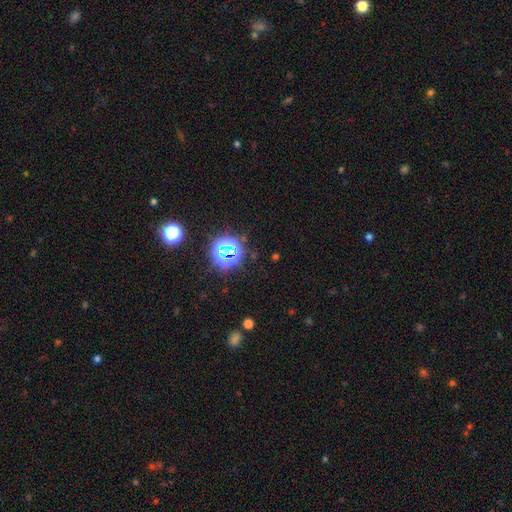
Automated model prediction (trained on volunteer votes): Overall: star or artifact (71%).